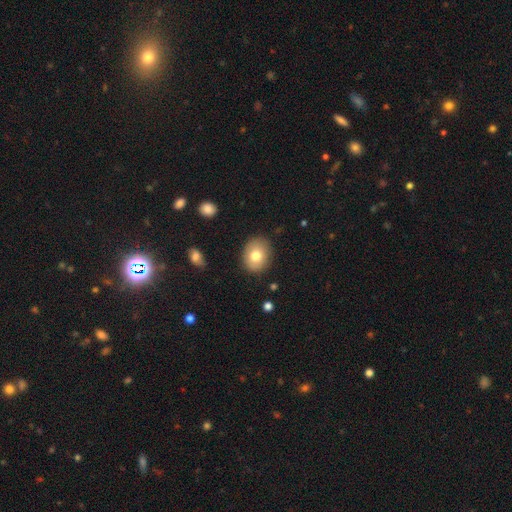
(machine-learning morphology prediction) smooth 76%, featured or disk 16%, star or artifact 8%. Down the decision tree: how rounded — in between (52%); merging — none (86%).